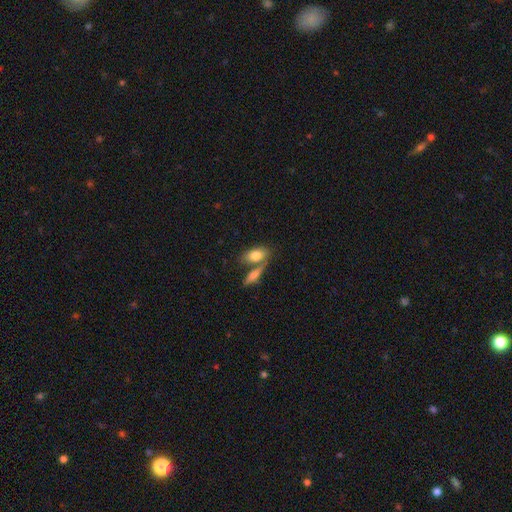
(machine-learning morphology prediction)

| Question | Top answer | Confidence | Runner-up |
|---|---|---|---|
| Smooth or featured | smooth | 78% | featured or disk (16%) |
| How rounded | in between | 86% | cigar-shaped (9%) |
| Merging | none | 46% | merger (39%) |